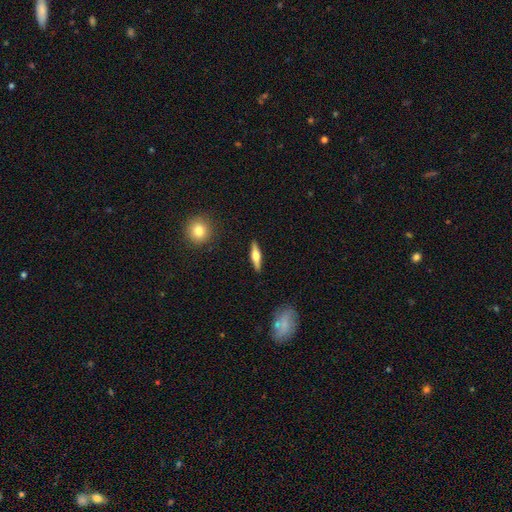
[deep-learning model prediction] Smooth or featured? featured or disk (58%)
Edge-on disk? yes (95%)
Edge-on bulge? rounded (92%)
Merging? none (90%)